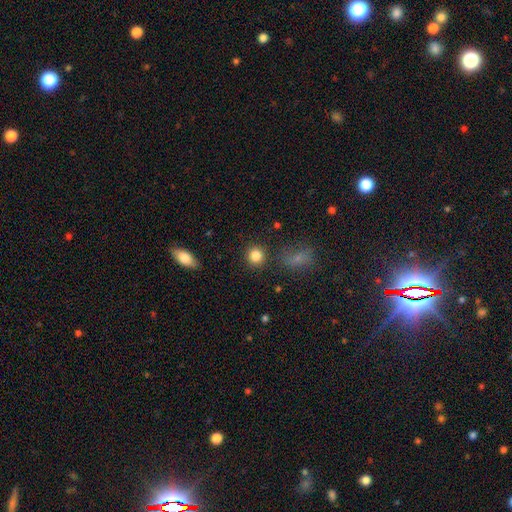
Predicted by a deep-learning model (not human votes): Smooth or featured?
  - smooth: 85% *
  - star or artifact: 10%
  - featured or disk: 5%
How rounded?
  - round: 89% *
  - in between: 10%
  - cigar-shaped: 1%
Merging?
  - none: 87% *
  - minor disturbance: 7%
  - merger: 3%
  - major disturbance: 3%